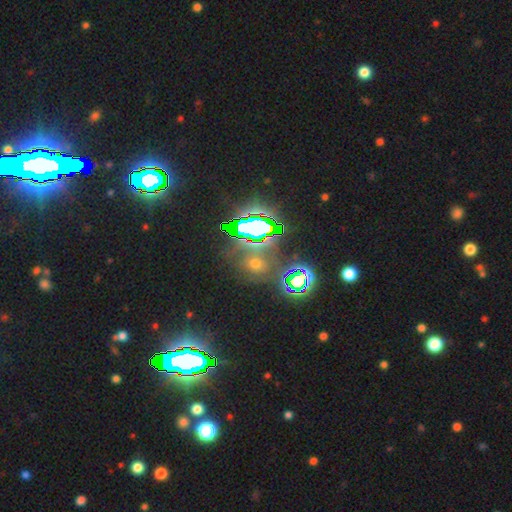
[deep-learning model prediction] Smooth or featured: star or artifact — 83% (smooth — 10%)